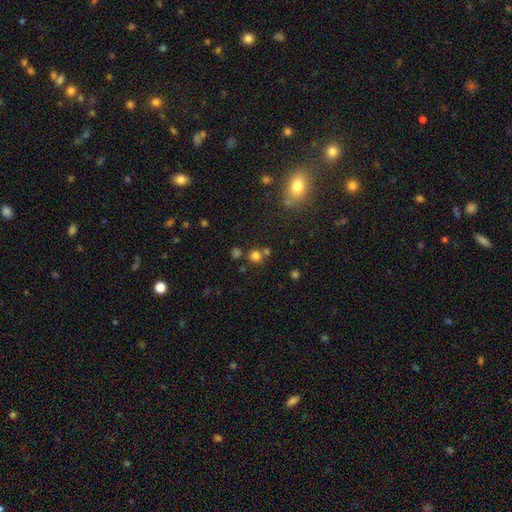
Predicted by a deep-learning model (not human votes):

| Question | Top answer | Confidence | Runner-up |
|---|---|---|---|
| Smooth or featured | smooth | 73% | star or artifact (20%) |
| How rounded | round | 89% | in between (10%) |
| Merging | none | 68% | merger (21%) |